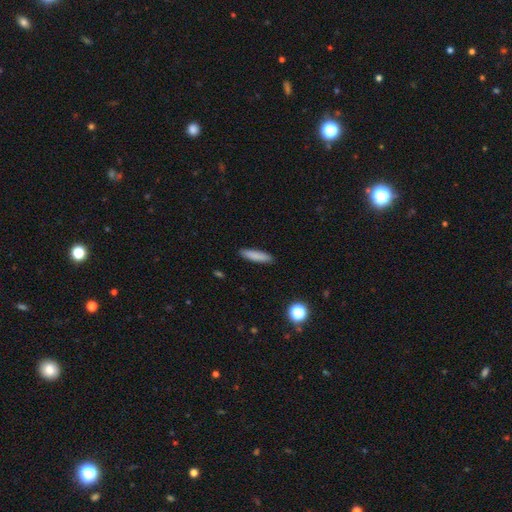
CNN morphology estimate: Overall: smooth (85%). How rounded: cigar-shaped (79%). Merging: none (90%).